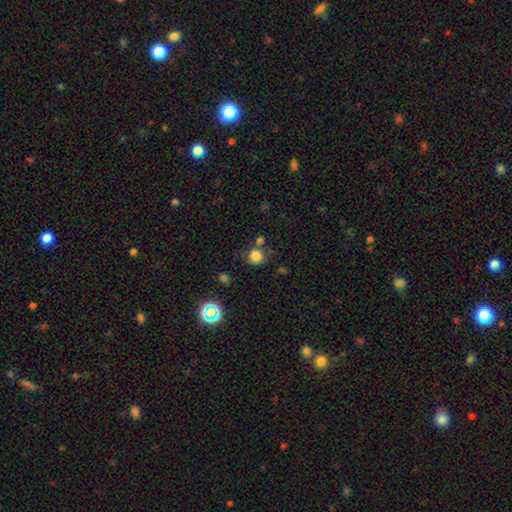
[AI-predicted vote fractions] Smooth or featured? smooth (81%)
How rounded? round (85%)
Merging? none (66%)